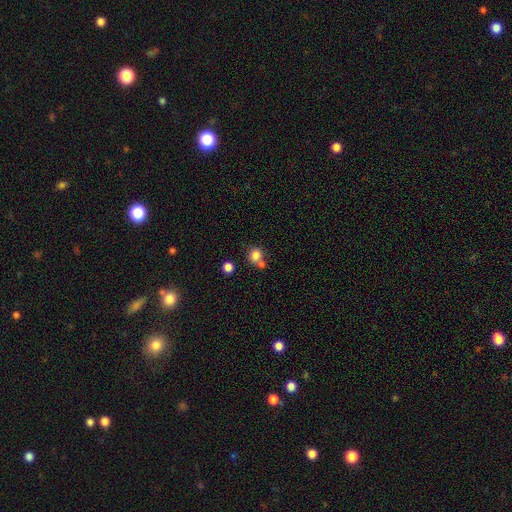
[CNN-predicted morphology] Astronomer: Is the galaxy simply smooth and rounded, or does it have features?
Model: smooth — 82%.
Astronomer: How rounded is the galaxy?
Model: round — 75%.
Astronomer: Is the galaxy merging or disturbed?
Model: none — 53% (runner-up: merger, 33%).